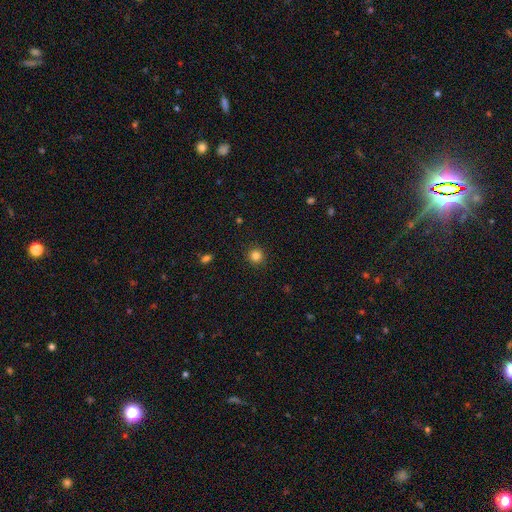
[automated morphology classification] A smooth galaxy with no disk features (83%) that is round (94%).

Vote fractions:
- Smooth or featured? smooth: 83% / star or artifact: 12% / featured or disk: 4%
- How rounded? round: 94% / in between: 5% / cigar-shaped: 1%
- Merging? none: 92% / minor disturbance: 5% / major disturbance: 2% / merger: 1%